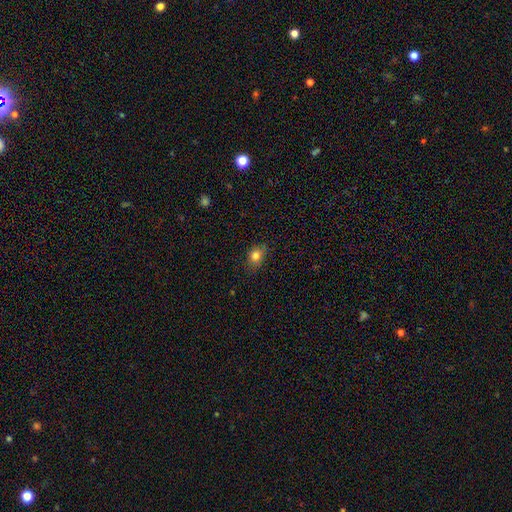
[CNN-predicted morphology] This is likely a smooth galaxy (79%). How rounded: possibly in between (55%). Merging: likely none (80%).